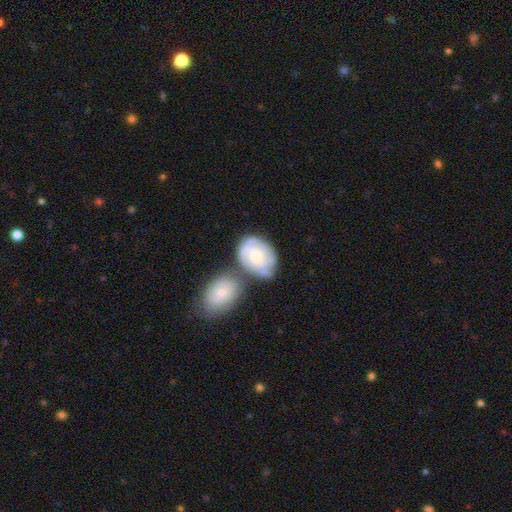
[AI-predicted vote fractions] The model was most divided on "merging": none: 43%, merger: 30%, minor disturbance: 19%, major disturbance: 9%. More confident: edge-on disk — no (97%); bar — no (79%); spiral arms — yes (74%); smooth or featured — featured or disk (57%); bulge size — moderate (50%).